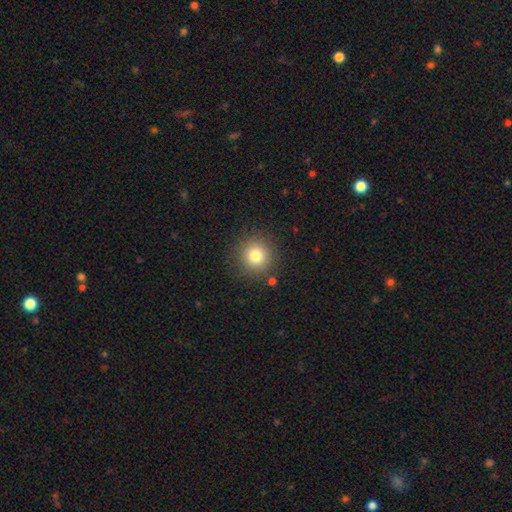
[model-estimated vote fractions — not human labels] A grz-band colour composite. It shows a smooth galaxy with no disk features (79%) that is round (94%). Merging: none (89%).